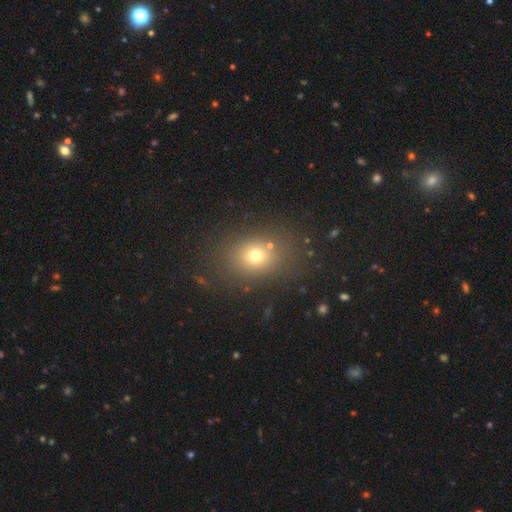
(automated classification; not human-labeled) Smooth or featured?
  - smooth: 69% *
  - star or artifact: 20%
  - featured or disk: 12%
How rounded?
  - round: 53% *
  - in between: 46%
  - cigar-shaped: 1%
Merging?
  - none: 79% *
  - minor disturbance: 11%
  - major disturbance: 6%
  - merger: 5%